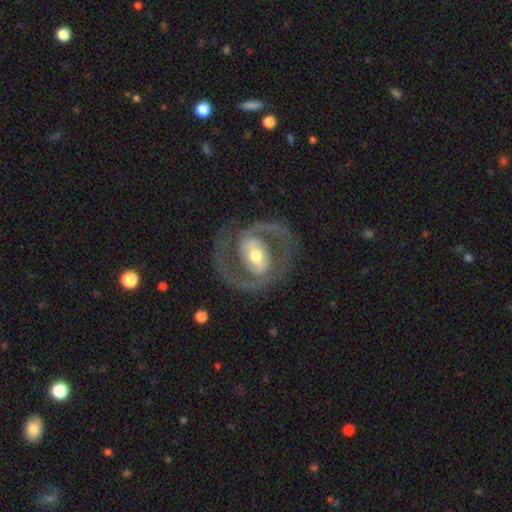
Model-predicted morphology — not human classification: This is clearly a featured or disk galaxy (86%). It is clearly not viewed edge-on (97%). Bar: marginally weak (37%). Spiral arm pattern: clearly yes (83%). Spiral arm count: clearly 2 (89%). Spiral winding: possibly medium (54%). Central bulge: likely moderate (69%). Merging: likely none (78%).